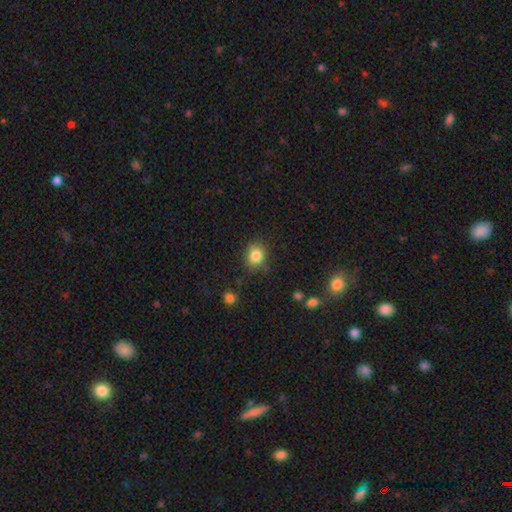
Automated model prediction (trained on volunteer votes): A smooth galaxy with no disk features (83%) that is round (68%). Merging: none (83%).